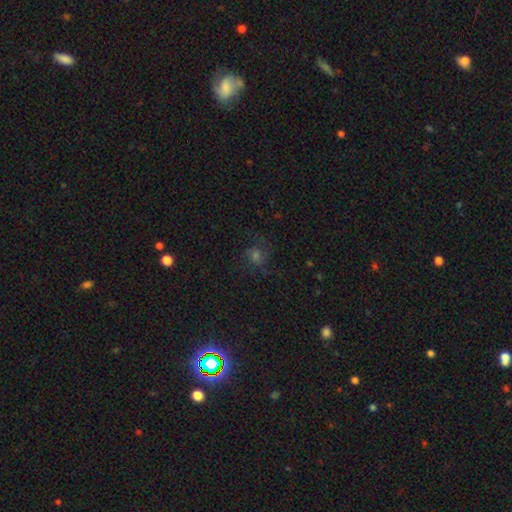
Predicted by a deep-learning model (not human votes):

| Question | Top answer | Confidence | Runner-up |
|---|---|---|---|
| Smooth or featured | featured or disk | 39% | star or artifact (34%) |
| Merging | none | 69% | minor disturbance (16%) |